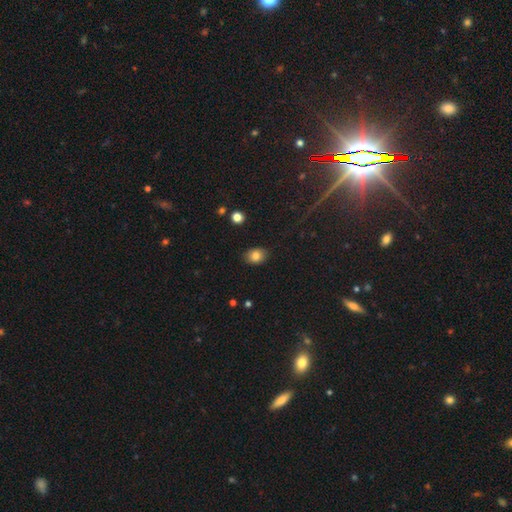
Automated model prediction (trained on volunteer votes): smooth_or_featured: smooth (p=0.83) [alt: star or artifact p=0.10]
how_rounded: in between (p=0.65) [alt: round p=0.34]
merging: none (p=0.85) [alt: minor disturbance p=0.12]